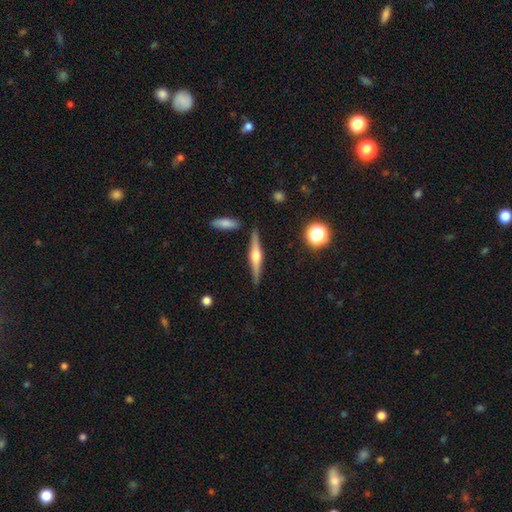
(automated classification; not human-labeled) featured or disk 74%, smooth 20%, star or artifact 7%. Down the decision tree: edge-on disk — yes (98%); edge-on bulge — rounded (90%); merging — none (86%).